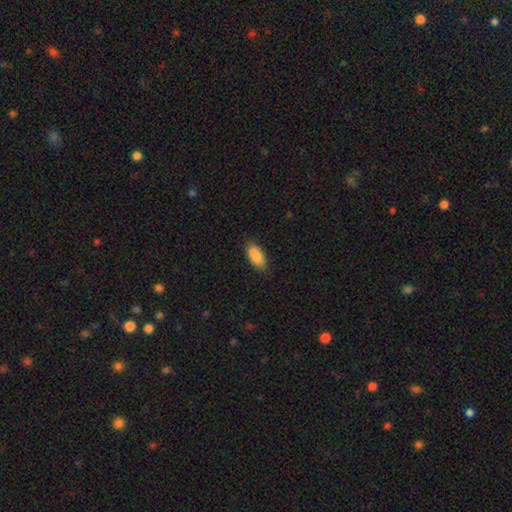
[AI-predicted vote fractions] Overall: smooth (87%). How rounded: in between (87%). Merging: none (81%).